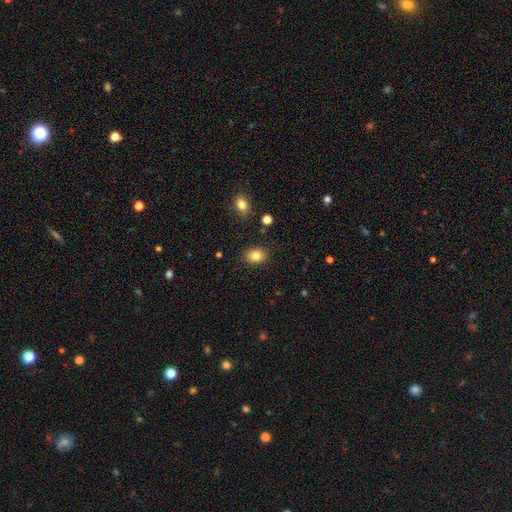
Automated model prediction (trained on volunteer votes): Overall: smooth (84%). How rounded: in between (62%; round 37%). Merging: none (88%).